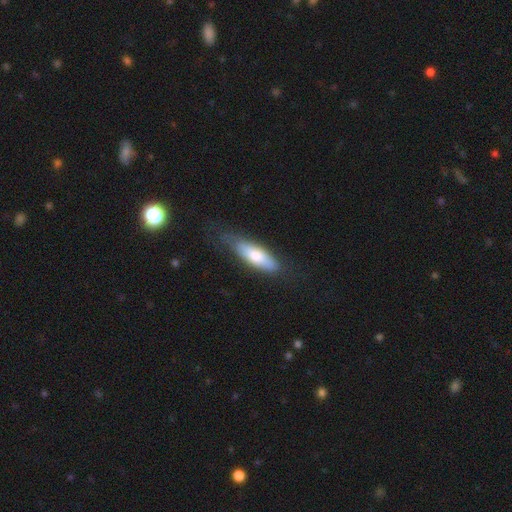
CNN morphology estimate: smooth-or-featured: smooth: 66% | featured or disk: 28% | star or artifact: 6%
  how-rounded: in between: 54% | cigar-shaped: 45% | round: 2%
  merging: none: 64% | minor disturbance: 25% | major disturbance: 9% | merger: 2%